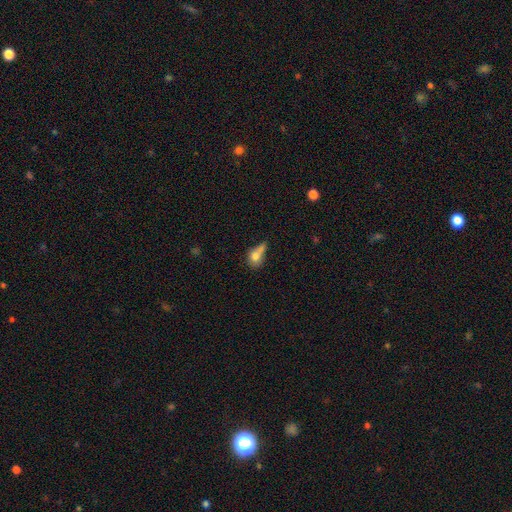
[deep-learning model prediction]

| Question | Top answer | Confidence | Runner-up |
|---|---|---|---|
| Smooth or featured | smooth | 73% | featured or disk (17%) |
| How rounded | in between | 53% | round (42%) |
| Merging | merger | 27% | none (25%) |